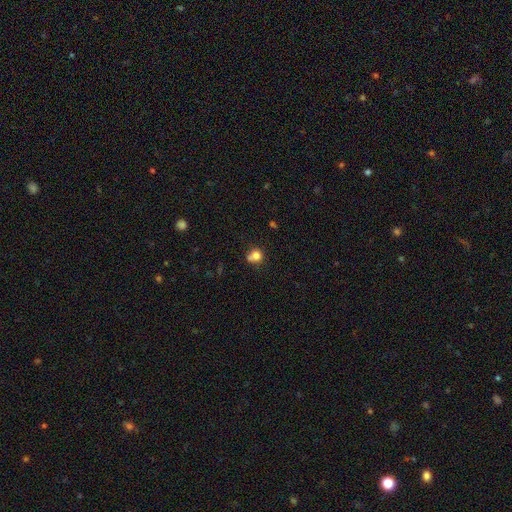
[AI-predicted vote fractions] Overall: smooth (79%). How rounded: round (84%). Merging: none (56%; merger 20%).